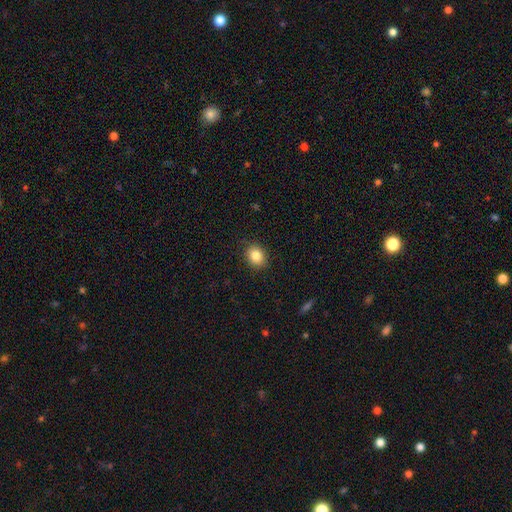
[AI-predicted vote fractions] smooth-or-featured: smooth: 84% | star or artifact: 9% | featured or disk: 6%
  how-rounded: round: 56% | in between: 43% | cigar-shaped: 1%
  merging: none: 89% | minor disturbance: 8% | major disturbance: 2% | merger: 1%